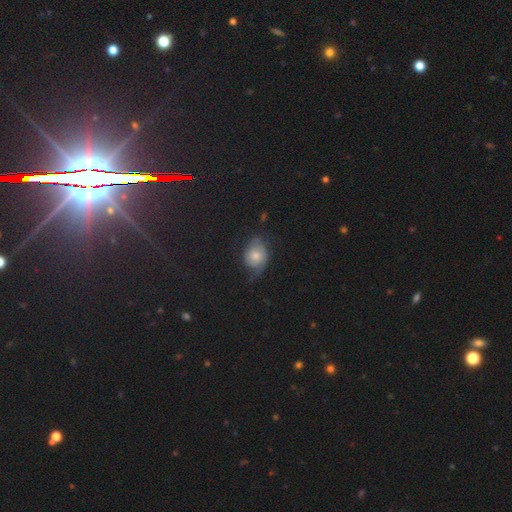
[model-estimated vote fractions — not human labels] smooth_or_featured: featured or disk (p=0.52) [alt: smooth p=0.35]
disk_edge_on: no (p=0.96) [alt: yes p=0.04]
bar: no (p=0.78) [alt: weak p=0.19]
has_spiral_arms: yes (p=0.85) [alt: no p=0.15]
bulge_size: moderate (p=0.50) [alt: small p=0.36]
merging: none (p=0.56) [alt: minor disturbance p=0.27]